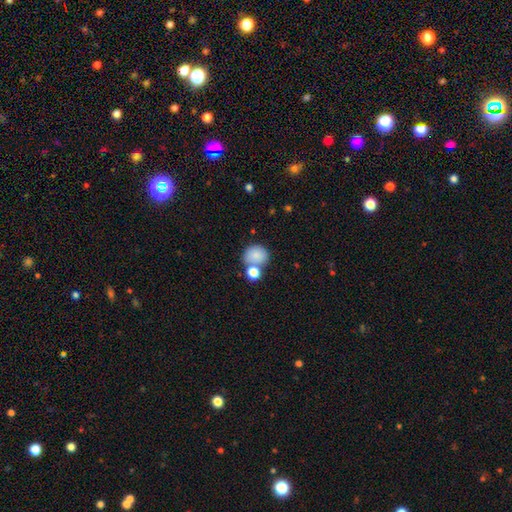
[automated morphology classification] This is clearly a smooth galaxy (83%). How rounded: likely round (73%). Merging: possibly none (52%).